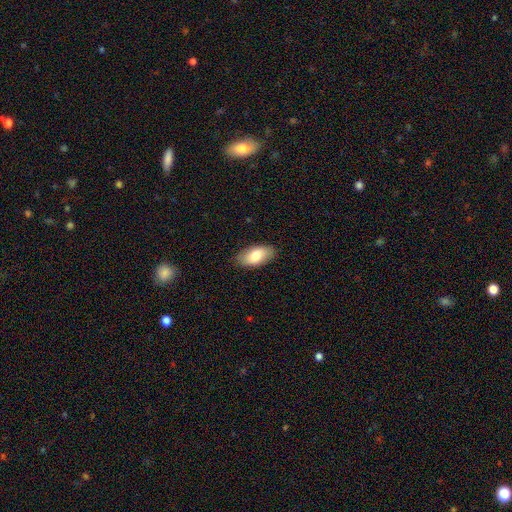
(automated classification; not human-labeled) Morphology: type=smooth (79%); roundness=in between (93%); merging=none (85%).